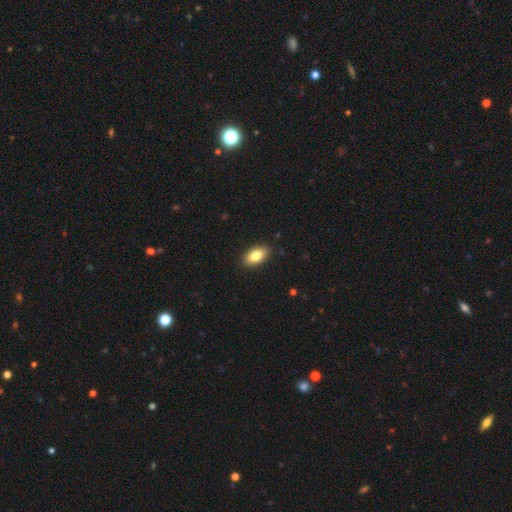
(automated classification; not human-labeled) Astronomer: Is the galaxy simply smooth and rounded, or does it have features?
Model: smooth — 83%.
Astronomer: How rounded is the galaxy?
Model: in between — 92%.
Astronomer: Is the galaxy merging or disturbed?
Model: none — 89%.